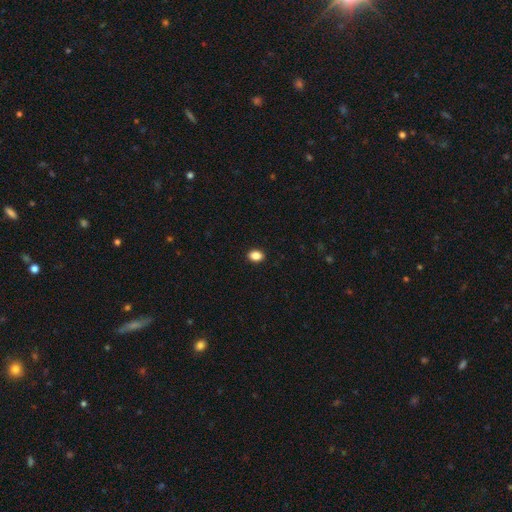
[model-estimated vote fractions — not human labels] Smooth or featured? smooth (88%)
How rounded? in between (73%)
Merging? none (91%)